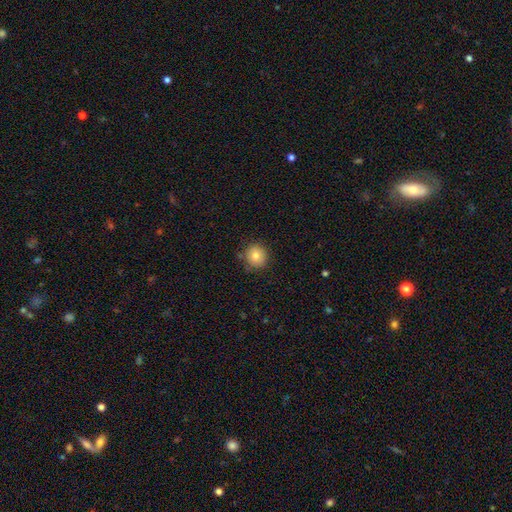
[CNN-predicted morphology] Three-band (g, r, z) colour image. It shows a smooth galaxy with no disk features (79%) that is round (92%). Merging: none (84%).